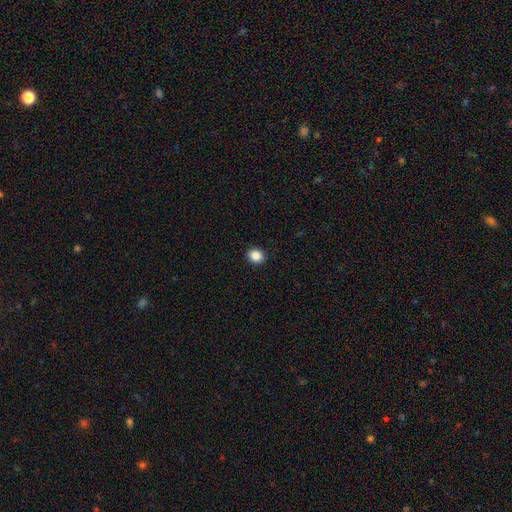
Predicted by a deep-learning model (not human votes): Overall: smooth (87%). How rounded: round (70%). Merging: none (92%).